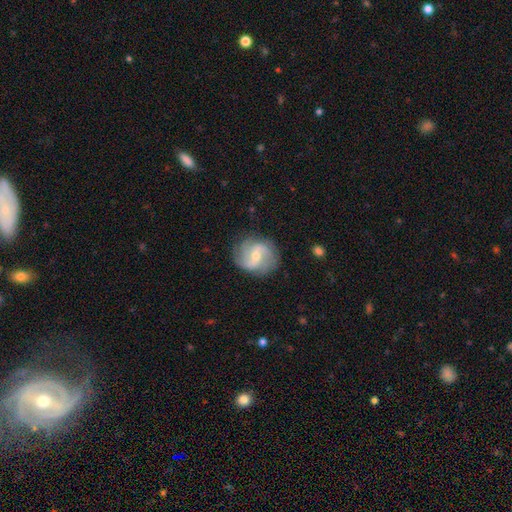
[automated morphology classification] Q: Smooth or featured?
A: featured or disk (78%); runner-up: smooth (16%)
Q: Edge-on disk?
A: no (98%); runner-up: yes (2%)
Q: Bar?
A: weak (52%); runner-up: no (27%)
Q: Spiral arms?
A: yes (93%); runner-up: no (7%)
Q: Spiral winding?
A: medium (45%); runner-up: loose (33%)
Q: Spiral arm count?
A: 2 (52%); runner-up: 3 (20%)
Q: Bulge size?
A: moderate (50%); runner-up: small (46%)
Q: Merging?
A: none (79%); runner-up: minor disturbance (14%)